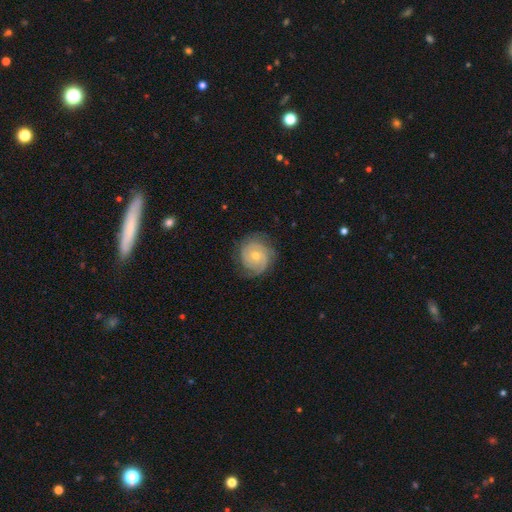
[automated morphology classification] Overall: featured or disk (83%). Edge-on disk: no (98%). Bar: no (77%). Spiral arms: yes (96%). Spiral arm count: 2 (37%; 3 24%). Spiral winding: tight (74%). Bulge size: small (50%; moderate 47%). Merging: none (79%).